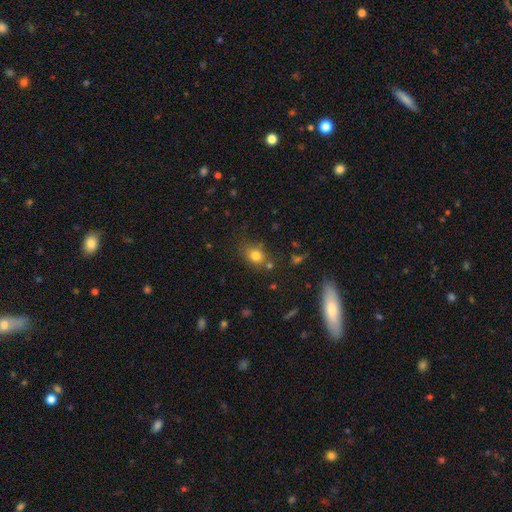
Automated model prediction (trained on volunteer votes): Smooth or featured?
  - smooth: 79% *
  - star or artifact: 13%
  - featured or disk: 8%
How rounded?
  - in between: 54% *
  - round: 44%
  - cigar-shaped: 2%
Merging?
  - none: 71% *
  - minor disturbance: 16%
  - merger: 8%
  - major disturbance: 5%